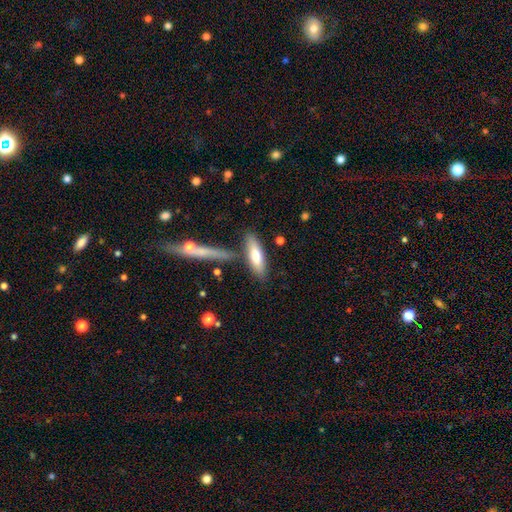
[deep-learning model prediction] smooth_or_featured: smooth (p=0.70) [alt: featured or disk p=0.24]
how_rounded: cigar-shaped (p=0.60) [alt: in between p=0.38]
merging: none (p=0.69) [alt: minor disturbance p=0.14]